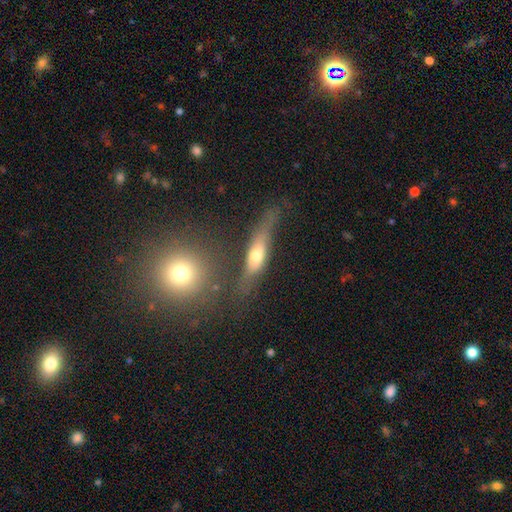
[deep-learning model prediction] smooth_or_featured: featured or disk (p=0.47) [alt: smooth p=0.44]
merging: none (p=0.51) [alt: minor disturbance p=0.21]